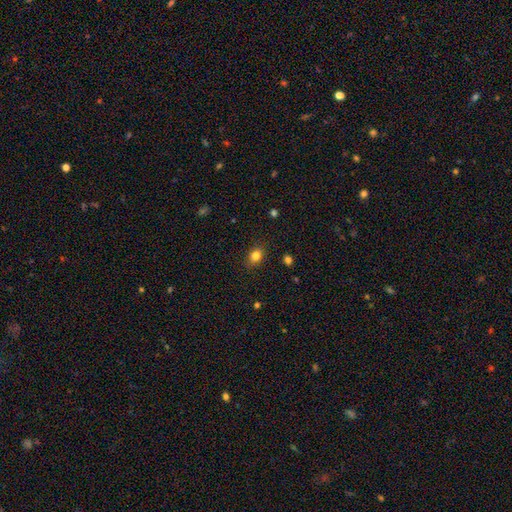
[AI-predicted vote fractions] Q: Smooth or featured?
A: smooth (82%); runner-up: star or artifact (11%)
Q: How rounded?
A: in between (63%); runner-up: round (35%)
Q: Merging?
A: none (86%); runner-up: minor disturbance (11%)